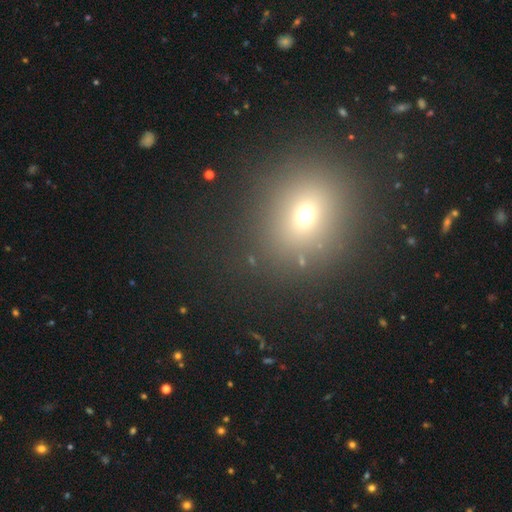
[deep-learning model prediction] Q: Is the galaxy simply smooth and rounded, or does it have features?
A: smooth — 57%.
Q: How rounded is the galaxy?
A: round — 74%.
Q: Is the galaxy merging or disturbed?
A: none — 89%.